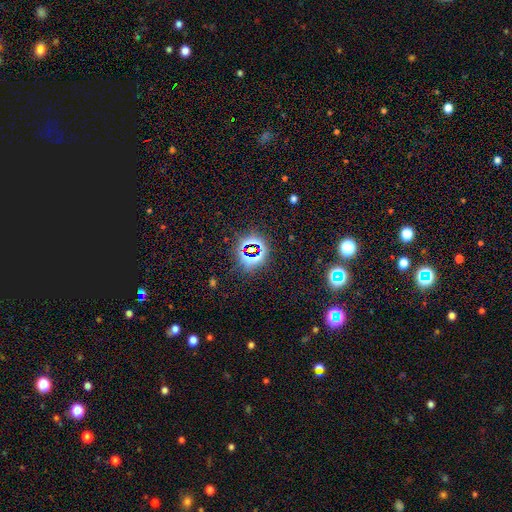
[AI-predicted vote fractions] star or artifact 77%, smooth 15%, featured or disk 7%.